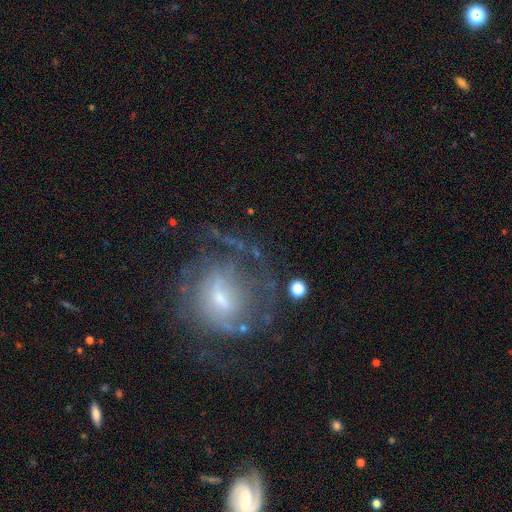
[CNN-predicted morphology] A featured or disk galaxy (73%) with a weak bar (47%), tight (48%) spiral arms (84%) and a small central bulge (51%).

Vote fractions:
- Smooth or featured? featured or disk: 73% / smooth: 14% / star or artifact: 13%
- Edge-on disk? no: 96% / yes: 4%
- Bar? weak: 47% / no: 38% / strong: 16%
- Spiral arms? yes: 84% / no: 16%
- Spiral winding? tight: 48% / medium: 37% / loose: 15%
- Spiral arm count? can't tell: 44% / 2: 26% / 3: 11% / 1: 7% / 4: 6% / more than 4: 5%
- Bulge size? small: 51% / moderate: 37% / large: 6% / none: 5% / dominant: 2%
- Merging? none: 62% / major disturbance: 19% / minor disturbance: 16% / merger: 3%